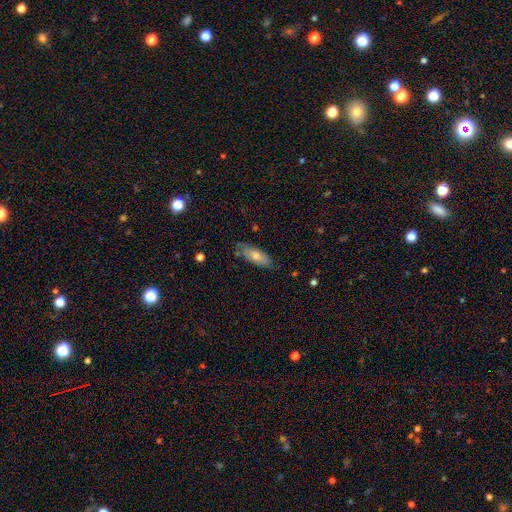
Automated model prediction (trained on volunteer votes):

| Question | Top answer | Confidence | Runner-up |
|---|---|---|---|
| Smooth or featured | smooth | 55% | featured or disk (36%) |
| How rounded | in between | 63% | cigar-shaped (34%) |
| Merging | none | 76% | minor disturbance (19%) |